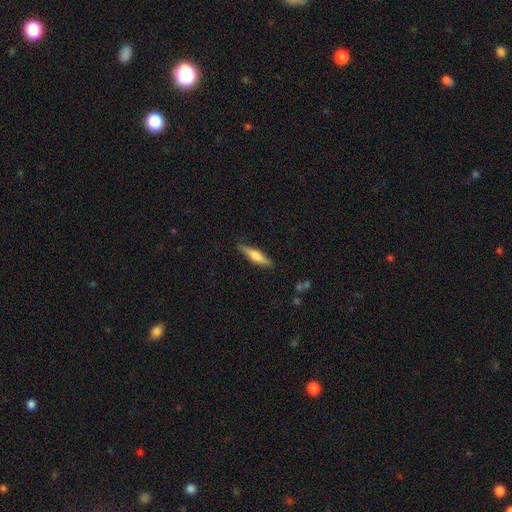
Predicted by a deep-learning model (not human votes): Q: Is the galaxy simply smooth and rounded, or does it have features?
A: smooth — 57%.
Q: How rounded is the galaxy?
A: cigar-shaped — 78%.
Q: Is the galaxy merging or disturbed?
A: none — 87%.